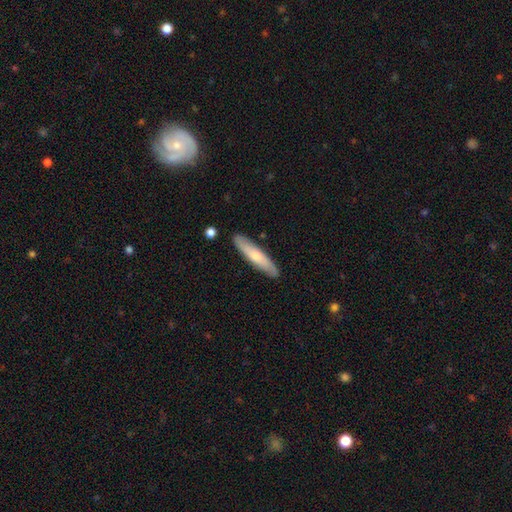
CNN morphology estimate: Smooth or featured? smooth (62%)
How rounded? cigar-shaped (86%)
Merging? none (88%)